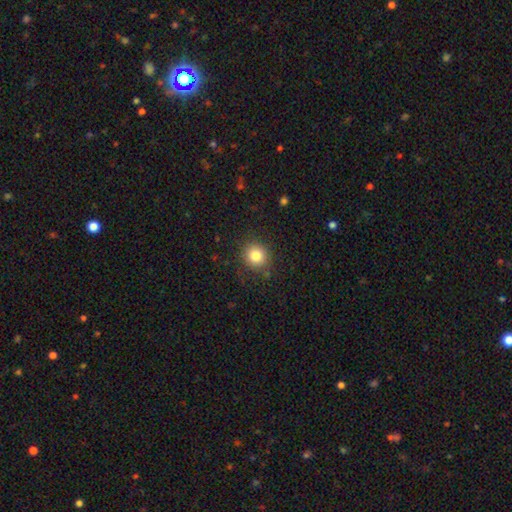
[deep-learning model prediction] smooth-or-featured: smooth: 82% | star or artifact: 11% | featured or disk: 7%
  how-rounded: round: 89% | in between: 10% | cigar-shaped: 1%
  merging: none: 86% | minor disturbance: 9% | major disturbance: 3% | merger: 1%